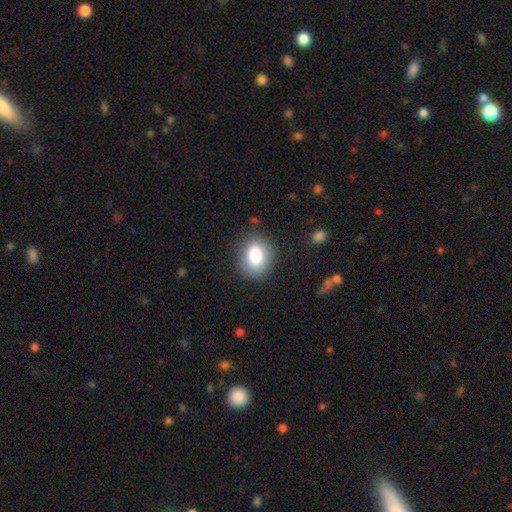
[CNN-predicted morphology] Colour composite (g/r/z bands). It shows a smooth galaxy with no disk features (82%) that is in between round and cigar-shaped (53%). Merging: none (83%).